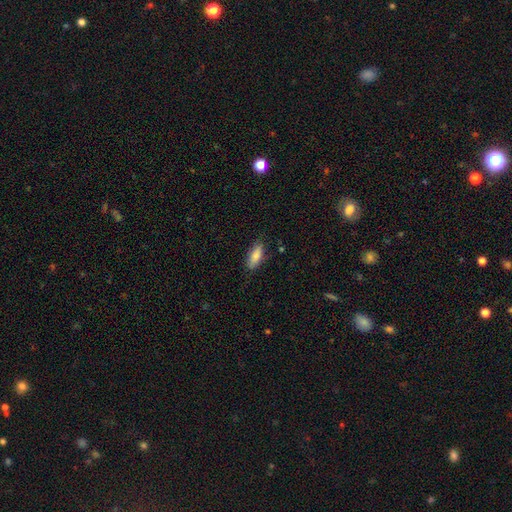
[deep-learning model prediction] Smooth or featured? Predicted: smooth (p=0.84). How rounded? Predicted: in between (p=0.76). Merging? Predicted: none (p=0.80).